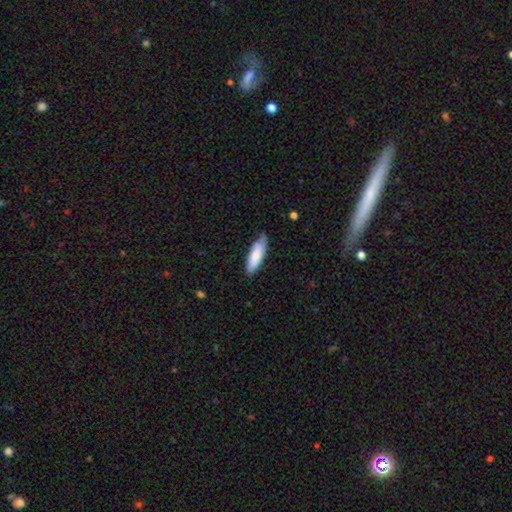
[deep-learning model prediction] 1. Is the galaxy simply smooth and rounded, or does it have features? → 80% smooth, 15% featured or disk, 5% star or artifact.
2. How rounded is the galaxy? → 52% in between, 47% cigar-shaped, 1% round.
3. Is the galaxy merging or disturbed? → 74% none, 22% minor disturbance, 3% major disturbance, 1% merger.